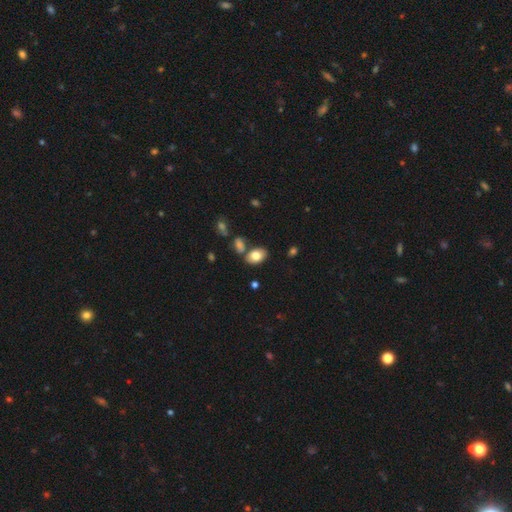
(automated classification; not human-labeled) Morphology: type=smooth (79%); roundness=in between (86%); merging=none (71%).